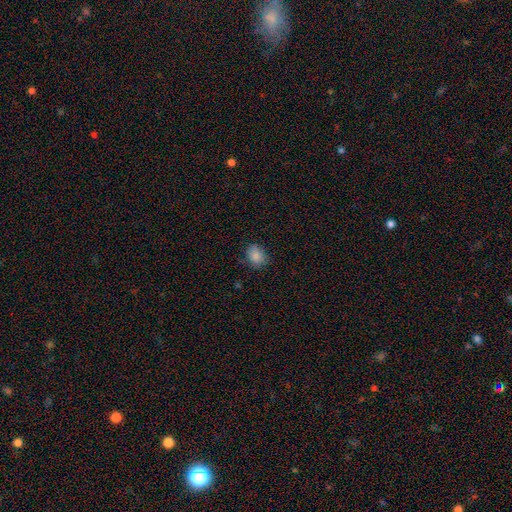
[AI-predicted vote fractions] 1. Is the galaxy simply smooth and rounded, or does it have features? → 86% smooth, 9% star or artifact, 5% featured or disk.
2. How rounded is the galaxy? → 62% in between, 37% round, 1% cigar-shaped.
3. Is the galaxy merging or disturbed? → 78% none, 17% minor disturbance, 4% major disturbance, 1% merger.